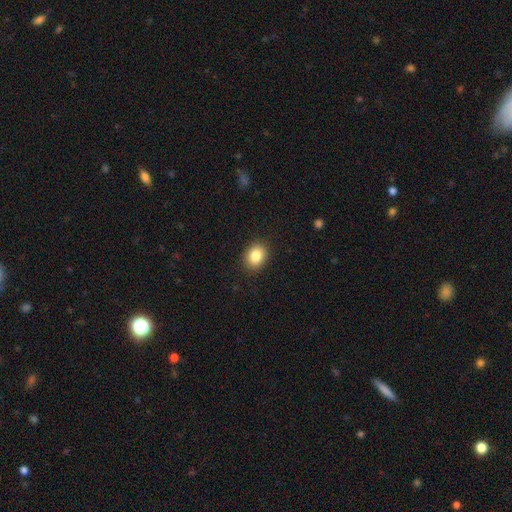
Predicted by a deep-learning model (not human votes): smooth 84%, star or artifact 9%, featured or disk 7%. Down the decision tree: how rounded — round (54%); merging — none (90%).